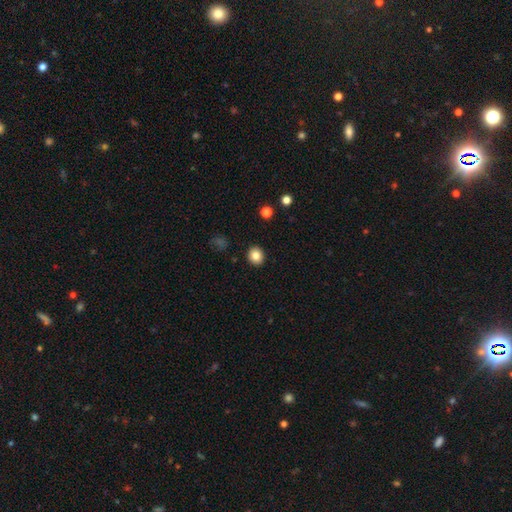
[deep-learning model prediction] This appears to be a smooth galaxy with no disk features (83%) that is round (80%). Merging: none (91%).